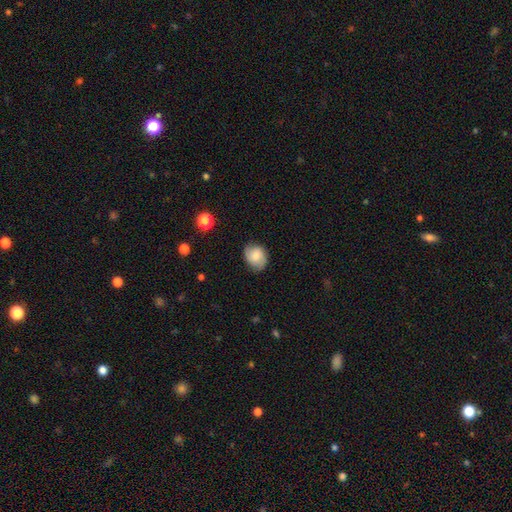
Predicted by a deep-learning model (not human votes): smooth_or_featured: smooth (p=0.66) [alt: featured or disk p=0.26]
how_rounded: round (p=0.55) [alt: in between p=0.44]
merging: none (p=0.74) [alt: minor disturbance p=0.20]